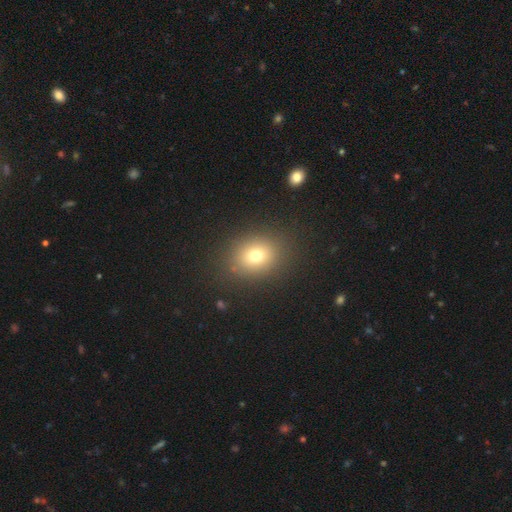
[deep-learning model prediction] A smooth galaxy with no disk features (74%) that is round (56%). Merging: none (86%).